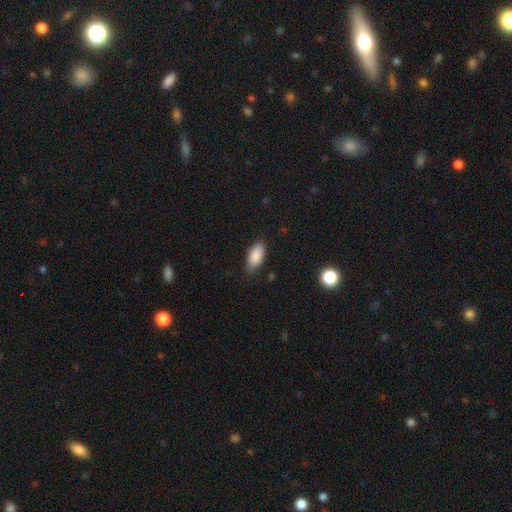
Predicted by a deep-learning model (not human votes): smooth 88%, star or artifact 7%, featured or disk 6%. Down the decision tree: how rounded — in between (91%); merging — none (77%).